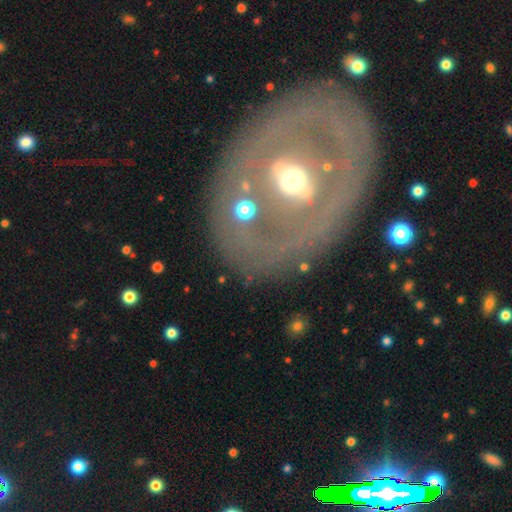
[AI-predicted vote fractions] The model was most divided on "bar": no: 58%, weak: 25%, strong: 16%. More confident: edge-on disk — no (93%); merging — none (79%); smooth or featured — featured or disk (72%); spiral arms — no (70%); bulge size — moderate (69%).